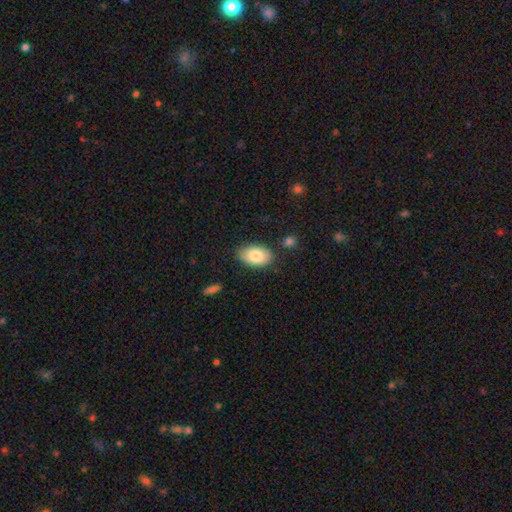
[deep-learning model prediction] The model was most divided on "merging": none: 81%, minor disturbance: 13%, merger: 3%, major disturbance: 3%. More confident: how rounded — in between (93%); smooth or featured — smooth (83%).